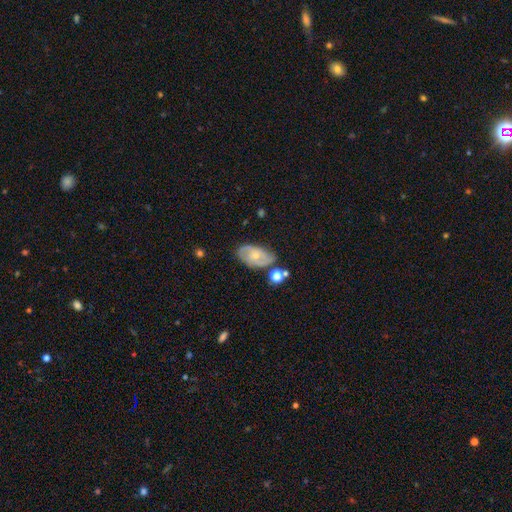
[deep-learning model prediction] smooth_or_featured: featured or disk (p=0.64) [alt: smooth p=0.29]
disk_edge_on: no (p=0.95) [alt: yes p=0.05]
bar: no (p=0.72) [alt: weak p=0.24]
has_spiral_arms: yes (p=0.81) [alt: no p=0.19]
bulge_size: small (p=0.67) [alt: moderate p=0.27]
merging: none (p=0.64) [alt: minor disturbance p=0.22]